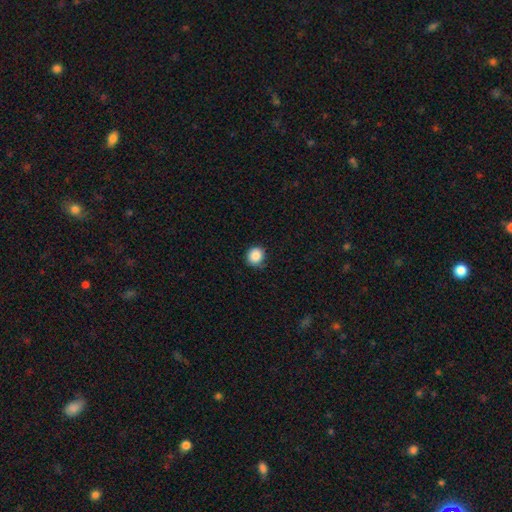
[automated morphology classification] The model was most divided on "merging": none: 76%, minor disturbance: 19%, major disturbance: 4%, merger: 1%. More confident: how rounded — round (87%); smooth or featured — smooth (87%).